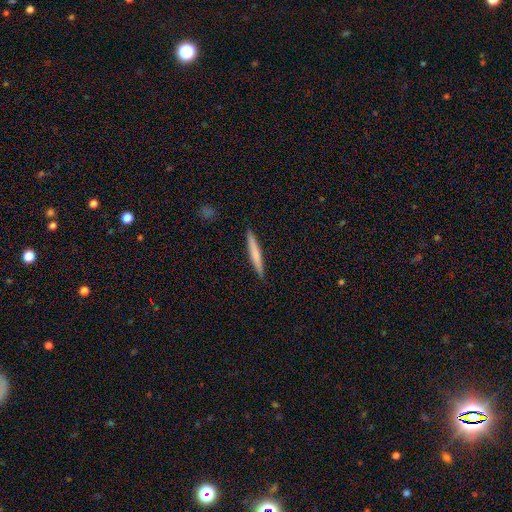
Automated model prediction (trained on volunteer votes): Smooth or featured? Predicted: smooth (p=0.69). How rounded? Predicted: cigar-shaped (p=0.95). Merging? Predicted: none (p=0.90).